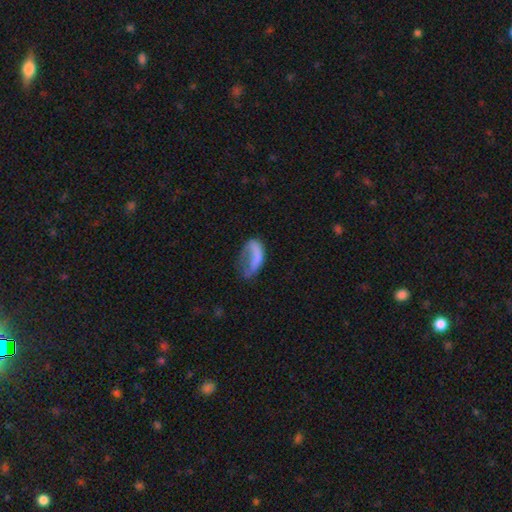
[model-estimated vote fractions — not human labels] A smooth galaxy with no disk features (56%) that is in between round and cigar-shaped (88%).

Vote fractions:
- Smooth or featured? smooth: 56% / featured or disk: 33% / star or artifact: 10%
- How rounded? in between: 88% / round: 7% / cigar-shaped: 6%
- Merging? major disturbance: 51% / none: 23% / minor disturbance: 22% / merger: 4%